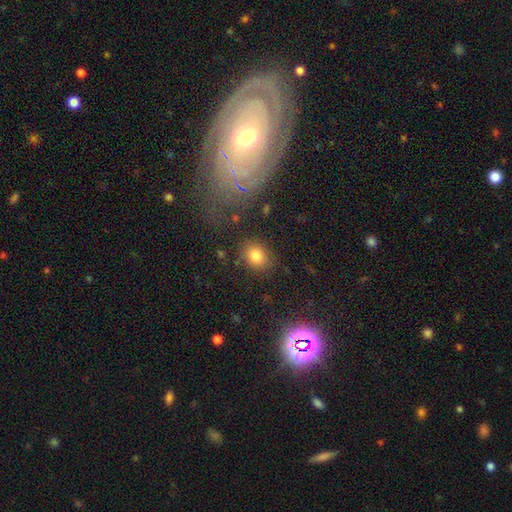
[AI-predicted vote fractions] Smooth or featured?
  - smooth: 82% *
  - star or artifact: 11%
  - featured or disk: 7%
How rounded?
  - round: 63% *
  - in between: 36%
  - cigar-shaped: 1%
Merging?
  - none: 81% *
  - minor disturbance: 11%
  - major disturbance: 4%
  - merger: 4%